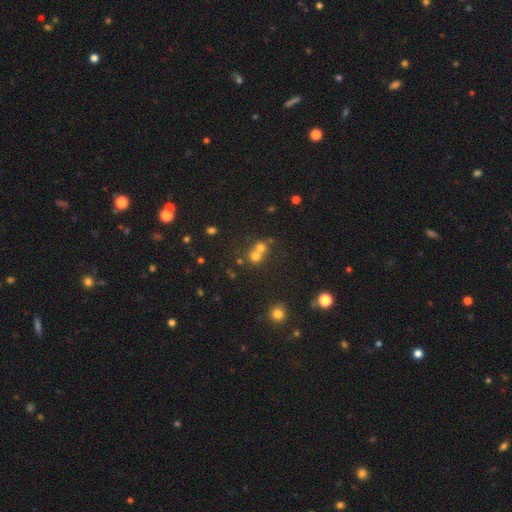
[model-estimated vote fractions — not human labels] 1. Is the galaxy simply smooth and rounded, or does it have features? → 66% smooth, 20% star or artifact, 14% featured or disk.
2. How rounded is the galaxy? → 85% round, 14% in between, 1% cigar-shaped.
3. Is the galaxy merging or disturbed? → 55% merger, 37% none, 5% minor disturbance, 3% major disturbance.